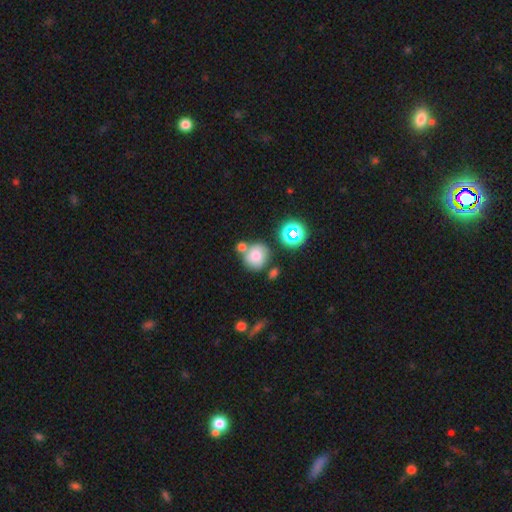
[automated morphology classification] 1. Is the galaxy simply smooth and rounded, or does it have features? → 72% smooth, 15% star or artifact, 12% featured or disk.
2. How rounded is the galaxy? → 86% round, 13% in between, 1% cigar-shaped.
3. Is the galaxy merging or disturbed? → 58% none, 23% merger, 14% minor disturbance, 5% major disturbance.